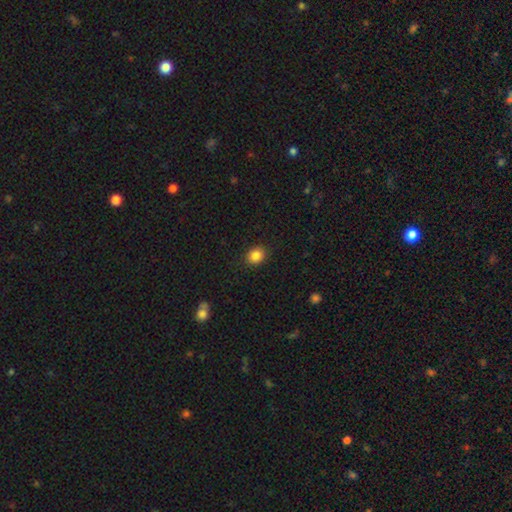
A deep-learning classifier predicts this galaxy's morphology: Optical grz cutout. It shows a smooth galaxy with no disk features (86%) that is round (55%). Merging: none (89%).